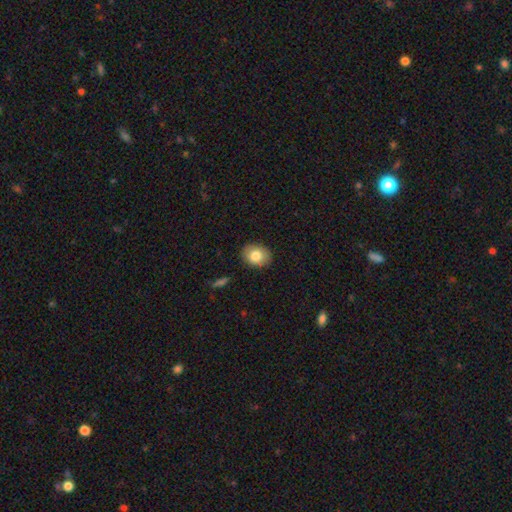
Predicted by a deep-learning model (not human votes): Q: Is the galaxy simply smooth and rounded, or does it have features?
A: smooth — 81%.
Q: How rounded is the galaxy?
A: in between — 59%.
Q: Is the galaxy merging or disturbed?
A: none — 88%.